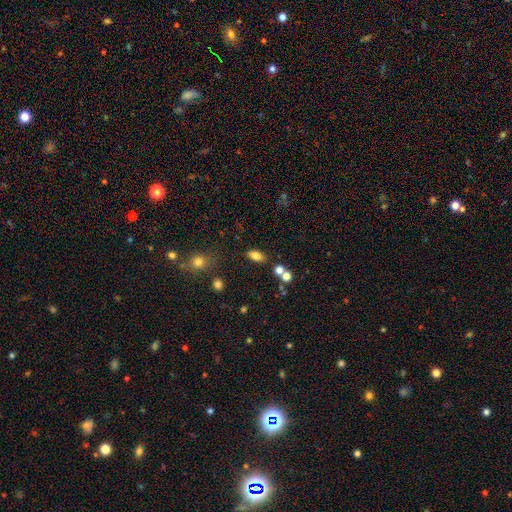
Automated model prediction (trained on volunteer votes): This is likely a smooth galaxy (80%). How rounded: clearly in between (88%). Merging: likely none (76%).